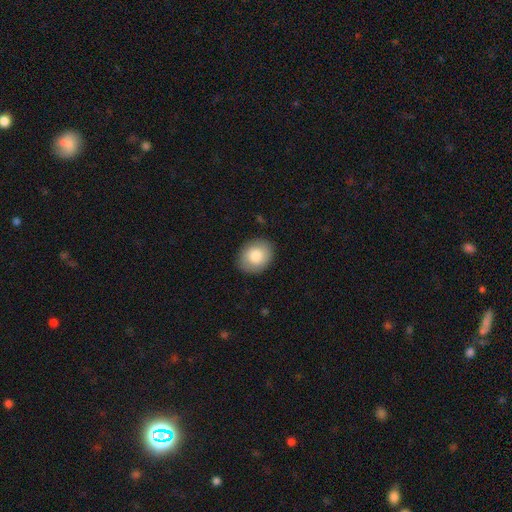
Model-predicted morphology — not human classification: This is clearly a smooth galaxy (82%). How rounded: possibly round (51%). Merging: clearly none (87%).